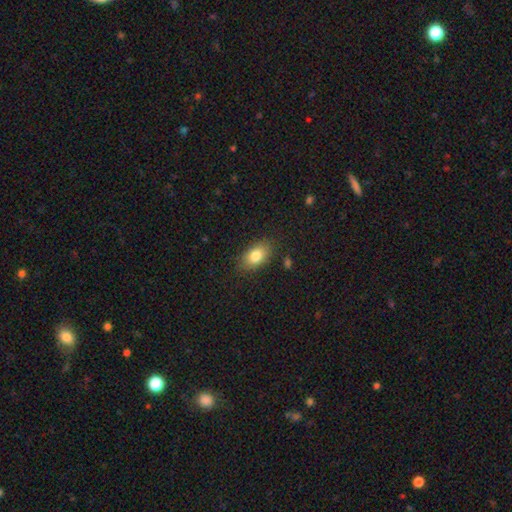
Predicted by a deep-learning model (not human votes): smooth 81%, featured or disk 10%, star or artifact 8%. Down the decision tree: how rounded — in between (87%); merging — none (83%).